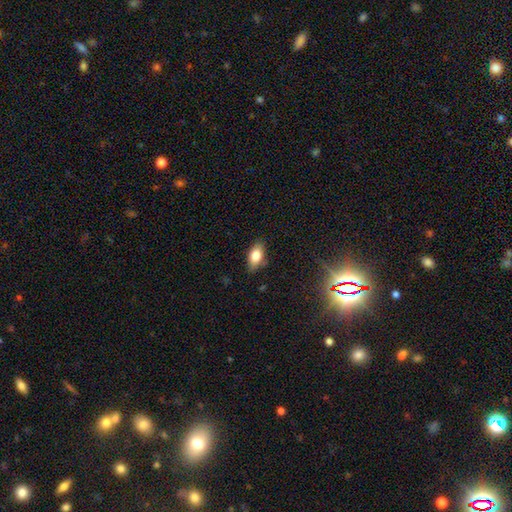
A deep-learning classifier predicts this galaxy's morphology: A smooth galaxy with no disk features (79%) that is in between round and cigar-shaped (87%). Merging: none (81%).